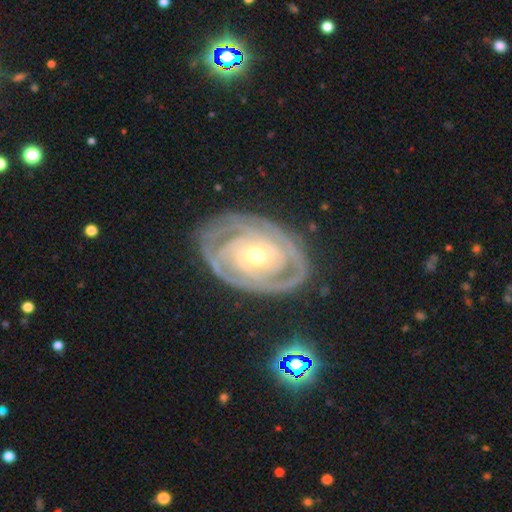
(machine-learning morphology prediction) Q: Smooth or featured?
A: featured or disk (87%); runner-up: smooth (8%)
Q: Edge-on disk?
A: no (95%); runner-up: yes (5%)
Q: Bar?
A: no (68%); runner-up: weak (22%)
Q: Spiral arms?
A: yes (93%); runner-up: no (7%)
Q: Spiral winding?
A: tight (81%); runner-up: medium (16%)
Q: Spiral arm count?
A: can't tell (30%); runner-up: 2 (28%)
Q: Bulge size?
A: moderate (49%); runner-up: small (47%)
Q: Merging?
A: none (77%); runner-up: minor disturbance (15%)